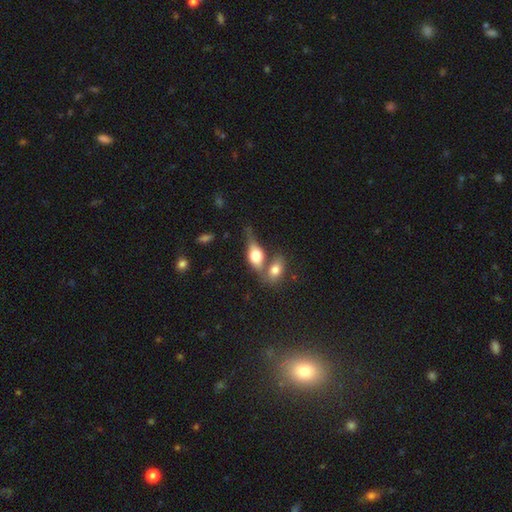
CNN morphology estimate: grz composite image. It shows a smooth galaxy with no disk features (64%) that is in between round and cigar-shaped (77%). Merging: merger (50%).